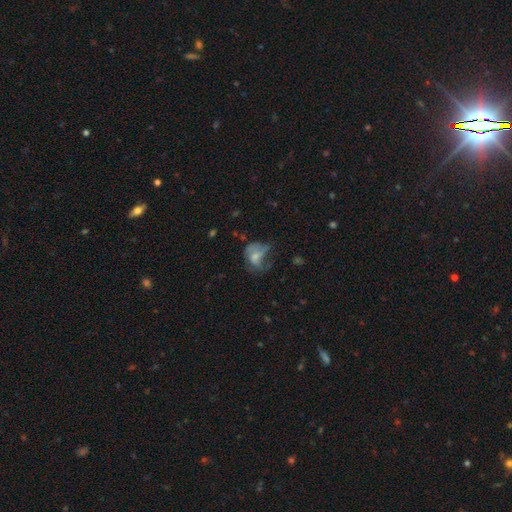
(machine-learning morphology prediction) Overall: smooth (48%; featured or disk 42%). Merging: major disturbance (44%; none 28%).